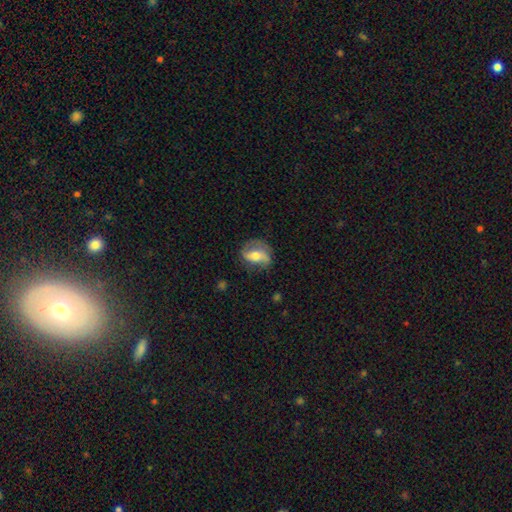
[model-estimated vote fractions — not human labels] Smooth or featured? featured or disk (58%)
Edge-on disk? no (93%)
Bar? no (34%)
Spiral arms? yes (76%)
Bulge size? moderate (66%)
Merging? none (66%)